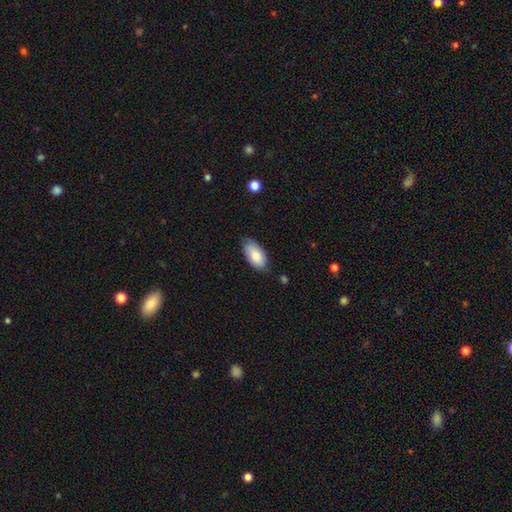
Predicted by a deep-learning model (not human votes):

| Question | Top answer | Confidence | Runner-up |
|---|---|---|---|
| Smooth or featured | smooth | 84% | featured or disk (10%) |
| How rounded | in between | 94% | cigar-shaped (3%) |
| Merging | none | 70% | minor disturbance (24%) |